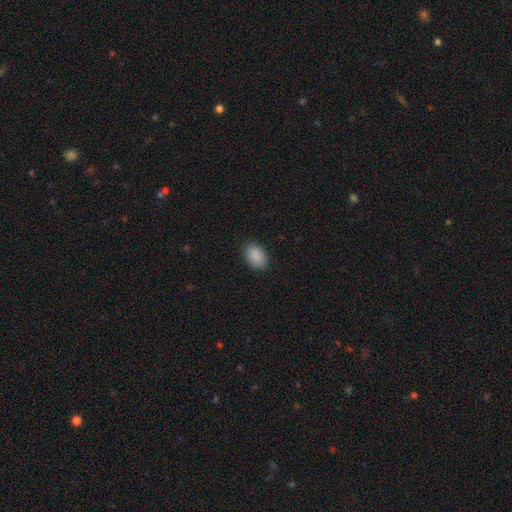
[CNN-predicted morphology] Q: Smooth or featured?
A: smooth (90%); runner-up: star or artifact (7%)
Q: How rounded?
A: in between (86%); runner-up: round (12%)
Q: Merging?
A: none (87%); runner-up: minor disturbance (10%)